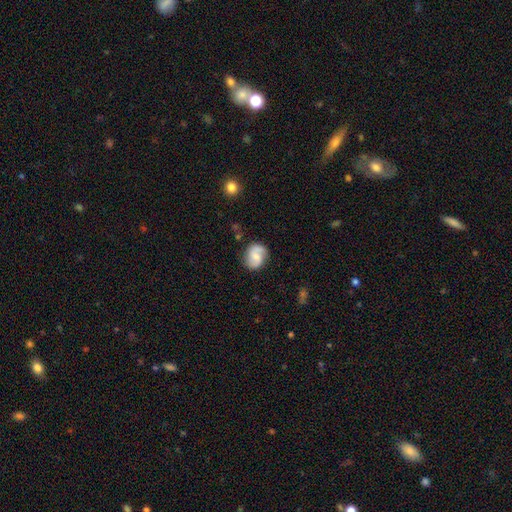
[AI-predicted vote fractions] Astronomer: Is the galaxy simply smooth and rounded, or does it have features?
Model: featured or disk — 62%.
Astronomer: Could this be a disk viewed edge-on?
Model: no — 98%.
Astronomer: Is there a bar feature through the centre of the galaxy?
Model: no — 49% (runner-up: weak, 42%).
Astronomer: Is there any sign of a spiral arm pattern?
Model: yes — 93%.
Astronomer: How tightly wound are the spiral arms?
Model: medium — 45% (runner-up: loose, 36%).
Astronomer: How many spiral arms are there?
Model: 2 — 88%.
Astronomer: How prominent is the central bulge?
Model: moderate — 44% (runner-up: small, 40%).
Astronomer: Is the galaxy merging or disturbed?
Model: none — 77%.